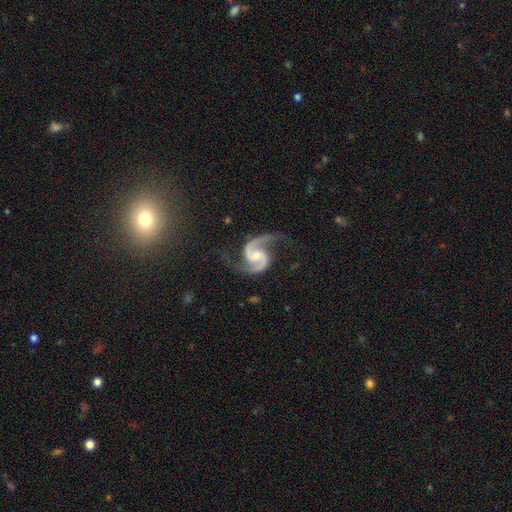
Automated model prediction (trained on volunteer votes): featured or disk 94%, star or artifact 4%, smooth 3%. Down the decision tree: edge-on disk — no (98%); bar — no (52%); spiral arms — yes (99%); spiral arm count — 2 (94%); spiral winding — medium (60%); bulge size — small (43%); merging — none (71%).